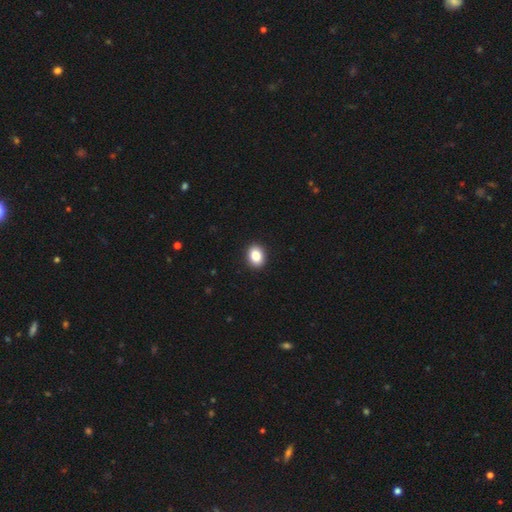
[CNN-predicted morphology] smooth-or-featured: smooth: 87% | star or artifact: 9% | featured or disk: 5%
  how-rounded: in between: 65% | round: 34% | cigar-shaped: 1%
  merging: none: 91% | minor disturbance: 6% | major disturbance: 2% | merger: 1%